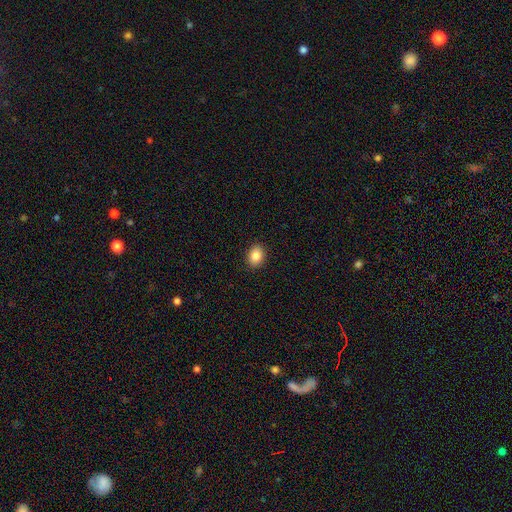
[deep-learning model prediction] This is clearly a smooth galaxy (87%). How rounded: likely in between (66%). Merging: clearly none (90%).